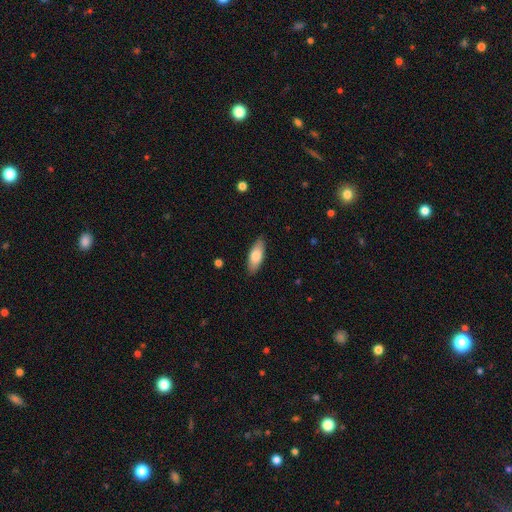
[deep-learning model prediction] Smooth or featured: smooth — 77% (featured or disk — 17%)
How rounded: in between — 76% (cigar-shaped — 22%)
Merging: none — 88% (minor disturbance — 9%)